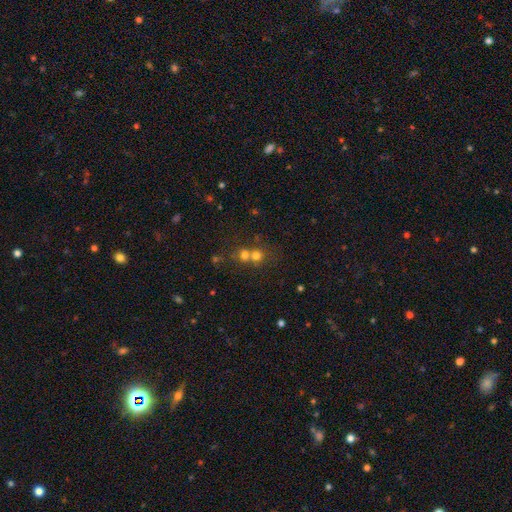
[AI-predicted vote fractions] A smooth galaxy with no disk features (68%) that is round (85%).

Vote fractions:
- Smooth or featured? smooth: 68% / star or artifact: 18% / featured or disk: 13%
- How rounded? round: 85% / in between: 14% / cigar-shaped: 1%
- Merging? merger: 53% / none: 39% / minor disturbance: 5% / major disturbance: 3%